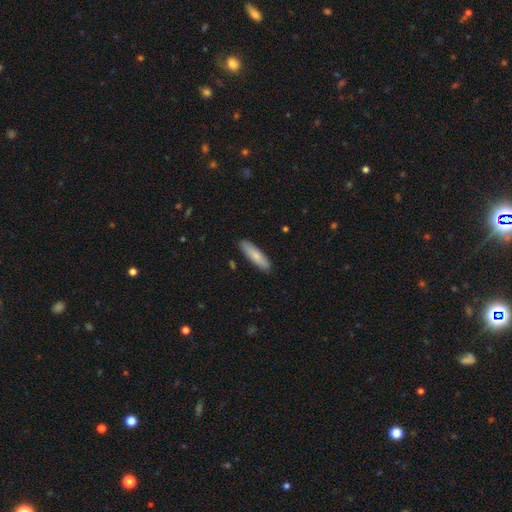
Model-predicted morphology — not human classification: The model was most divided on "how rounded": cigar-shaped: 69%, in between: 29%, round: 2%. More confident: merging — none (89%); smooth or featured — smooth (80%).